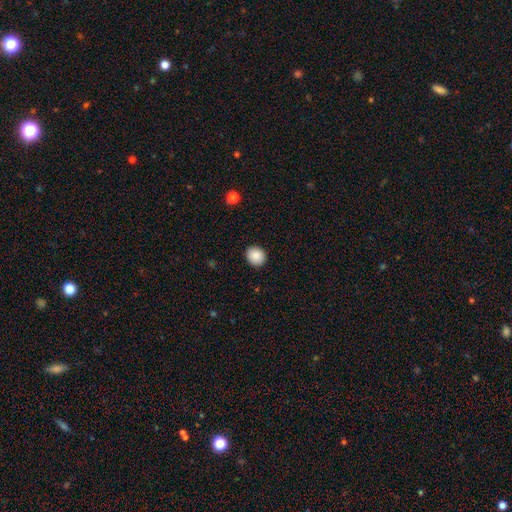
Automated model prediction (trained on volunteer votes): Smooth or featured?
  - smooth: 87% *
  - star or artifact: 8%
  - featured or disk: 5%
How rounded?
  - round: 79% *
  - in between: 20%
  - cigar-shaped: 1%
Merging?
  - none: 91% *
  - minor disturbance: 6%
  - major disturbance: 2%
  - merger: 1%